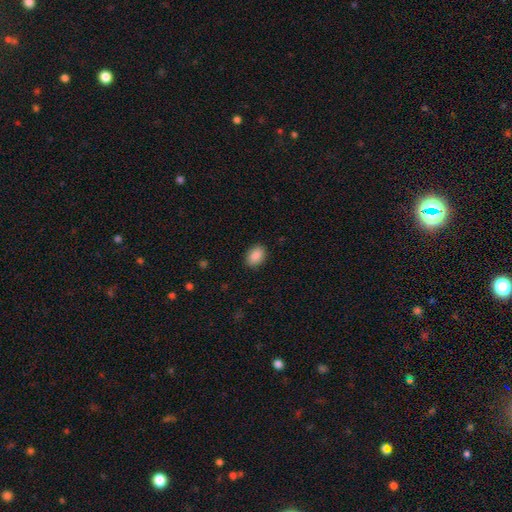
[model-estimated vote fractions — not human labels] Smooth or featured? smooth (89%)
How rounded? in between (77%)
Merging? none (88%)